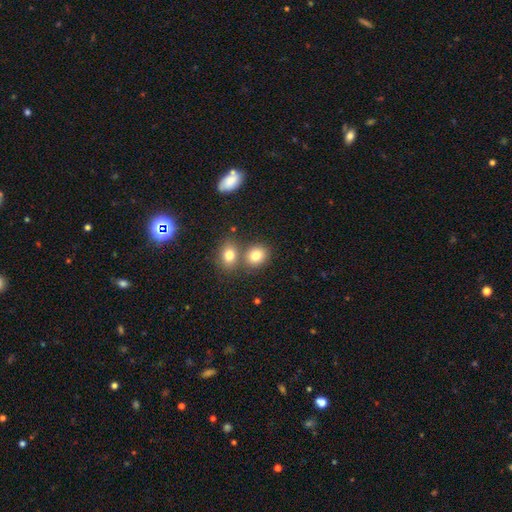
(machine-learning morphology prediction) A smooth galaxy with no disk features (80%) that is round (65%).

Vote fractions:
- Smooth or featured? smooth: 80% / star or artifact: 12% / featured or disk: 9%
- How rounded? round: 65% / in between: 34% / cigar-shaped: 1%
- Merging? none: 58% / merger: 30% / minor disturbance: 9% / major disturbance: 3%